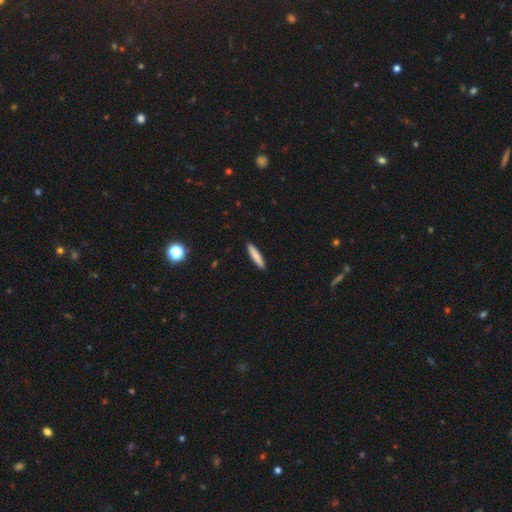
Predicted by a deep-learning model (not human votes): Smooth or featured: smooth — 83% (featured or disk — 11%)
How rounded: cigar-shaped — 90% (in between — 9%)
Merging: none — 92% (minor disturbance — 6%)